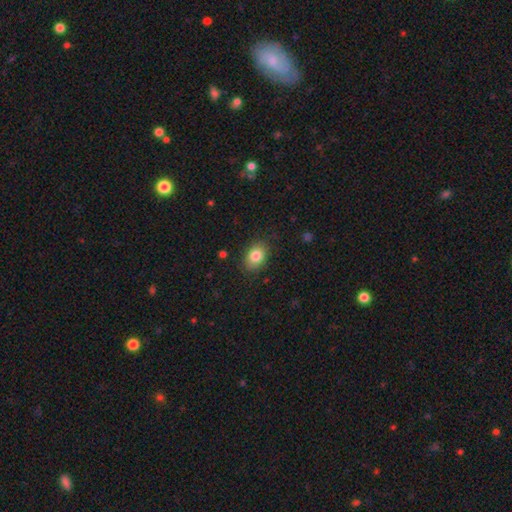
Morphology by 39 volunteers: Smooth or featured?
  - smooth: 82% *
  - star or artifact: 10%
  - featured or disk: 8%
How rounded?
  - in between: 53% *
  - round: 47%
  - cigar-shaped: 0%
Merging?
  - none: 89% *
  - minor disturbance: 6%
  - major disturbance: 3%
  - merger: 3%